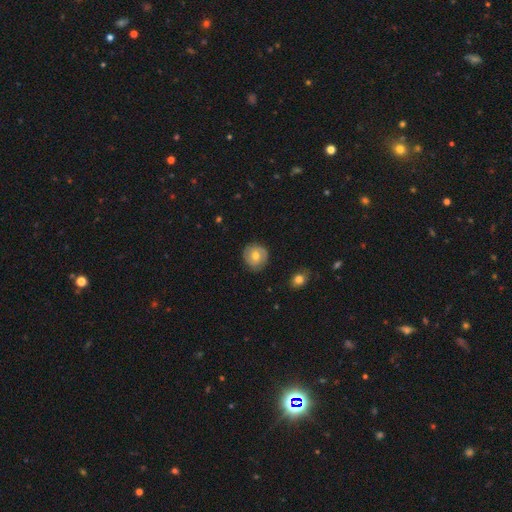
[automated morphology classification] Overall: smooth (46%, tied with featured or disk). Merging: none (83%).